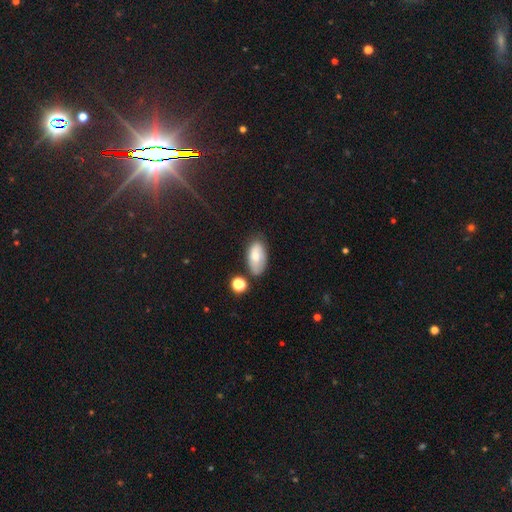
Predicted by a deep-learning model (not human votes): Smooth or featured: smooth — 73% (featured or disk — 19%)
How rounded: in between — 93% (cigar-shaped — 4%)
Merging: none — 60% (minor disturbance — 25%)